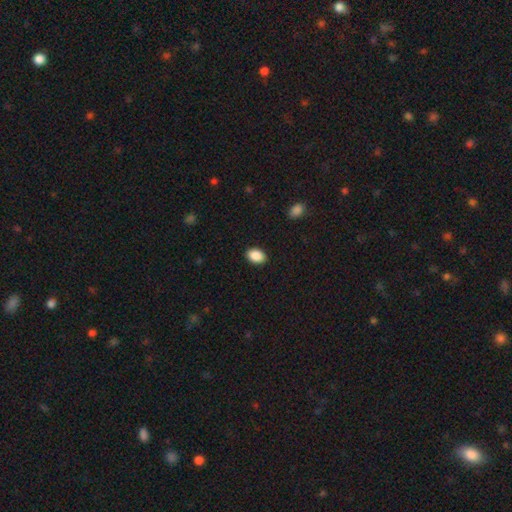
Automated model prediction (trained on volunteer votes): The model was most divided on "how rounded": in between: 83%, round: 16%, cigar-shaped: 1%. More confident: smooth or featured — smooth (90%); merging — none (89%).